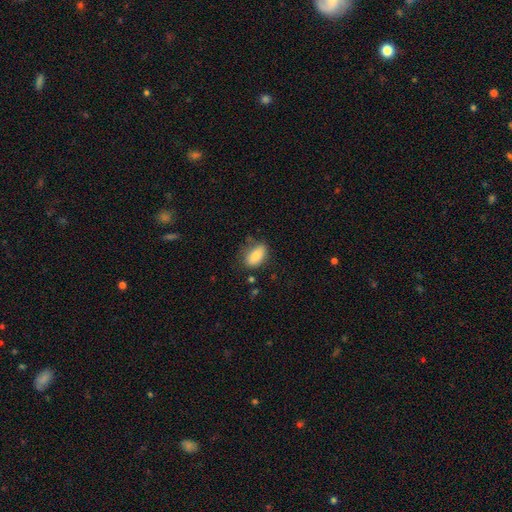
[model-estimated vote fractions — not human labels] smooth_or_featured: smooth (p=0.80) [alt: featured or disk p=0.13]
how_rounded: in between (p=0.89) [alt: round p=0.07]
merging: none (p=0.70) [alt: minor disturbance p=0.22]